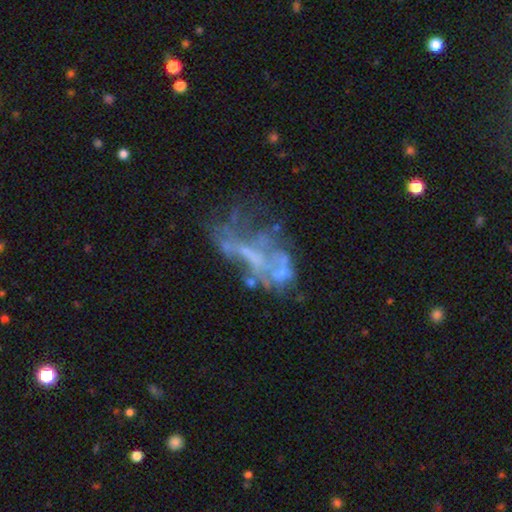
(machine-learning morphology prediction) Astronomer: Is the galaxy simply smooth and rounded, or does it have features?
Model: featured or disk — 65%.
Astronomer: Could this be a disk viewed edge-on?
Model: no — 96%.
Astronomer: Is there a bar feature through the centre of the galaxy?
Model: no — 85%.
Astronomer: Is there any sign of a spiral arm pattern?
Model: no — 88%.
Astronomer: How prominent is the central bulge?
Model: none — 74%.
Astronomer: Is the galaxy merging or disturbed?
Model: none — 33%, tied with major disturbance at 33%.